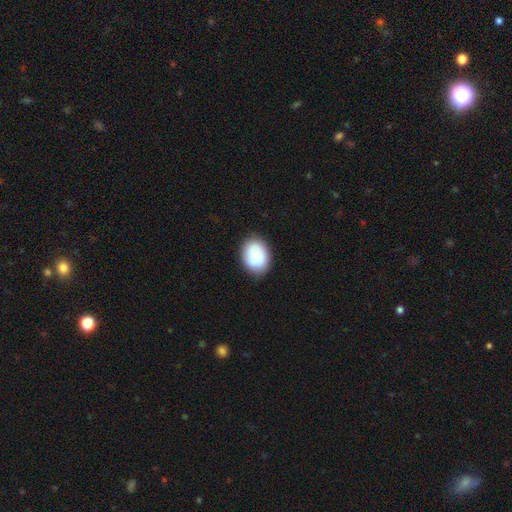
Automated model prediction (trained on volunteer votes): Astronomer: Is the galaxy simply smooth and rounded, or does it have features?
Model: smooth — 77%.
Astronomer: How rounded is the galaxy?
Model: in between — 68%.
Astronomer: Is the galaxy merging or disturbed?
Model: none — 80%.